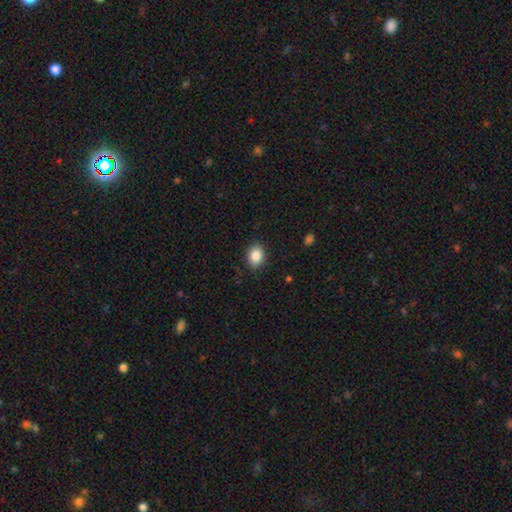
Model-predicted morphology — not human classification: smooth_or_featured: smooth (p=0.87) [alt: star or artifact p=0.08]
how_rounded: in between (p=0.62) [alt: round p=0.37]
merging: none (p=0.85) [alt: minor disturbance p=0.11]